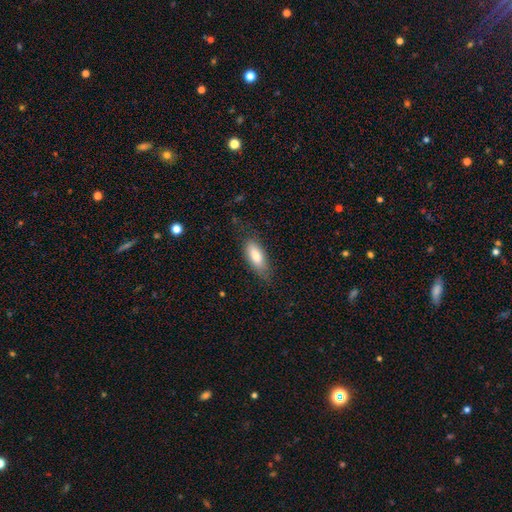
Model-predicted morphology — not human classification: smooth_or_featured: smooth (p=0.80) [alt: featured or disk p=0.13]
how_rounded: in between (p=0.74) [alt: cigar-shaped p=0.24]
merging: none (p=0.74) [alt: minor disturbance p=0.19]